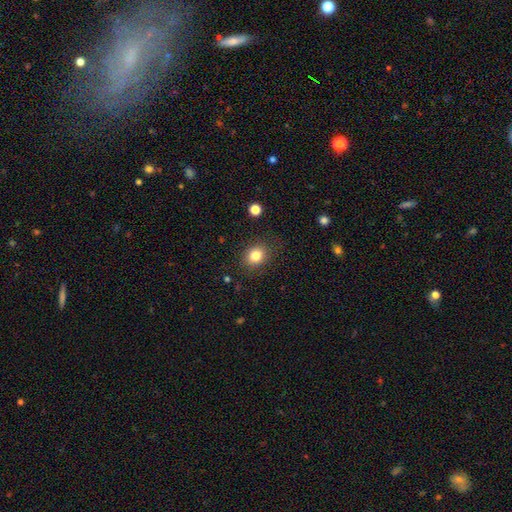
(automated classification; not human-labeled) Smooth or featured: smooth — 82% (star or artifact — 11%)
How rounded: round — 65% (in between — 34%)
Merging: none — 84% (minor disturbance — 11%)